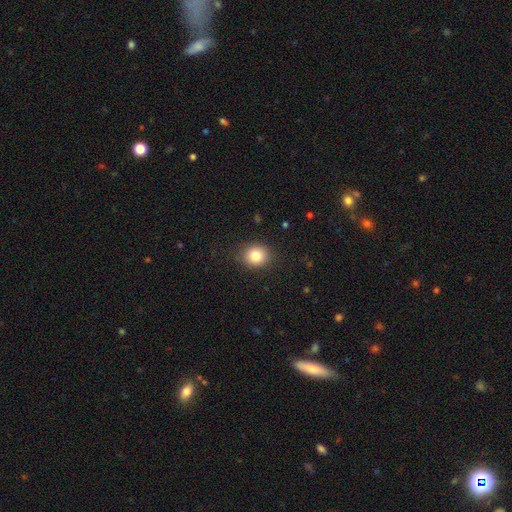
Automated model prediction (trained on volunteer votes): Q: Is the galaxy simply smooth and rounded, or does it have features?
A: smooth — 83%.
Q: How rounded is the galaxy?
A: round — 76%.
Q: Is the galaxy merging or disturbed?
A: none — 88%.